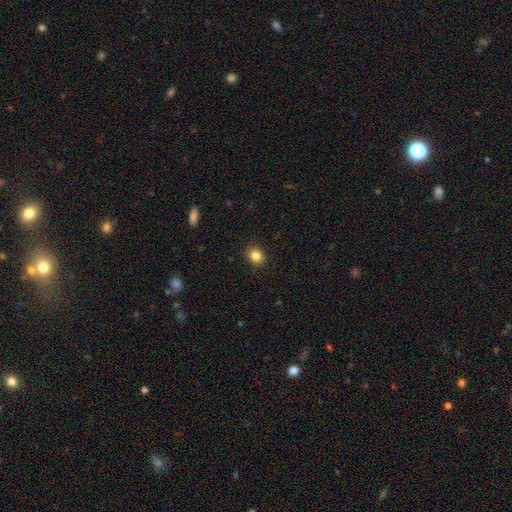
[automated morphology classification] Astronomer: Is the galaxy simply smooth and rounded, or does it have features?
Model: smooth — 84%.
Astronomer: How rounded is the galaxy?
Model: round — 71%.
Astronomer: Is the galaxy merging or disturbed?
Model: none — 90%.